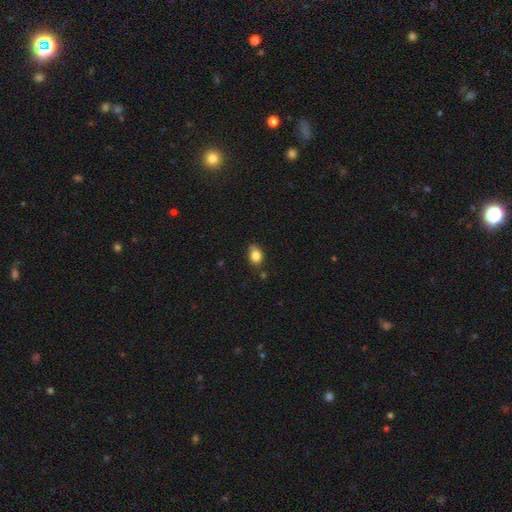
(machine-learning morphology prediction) Smooth or featured? smooth (83%)
How rounded? in between (69%)
Merging? none (62%)